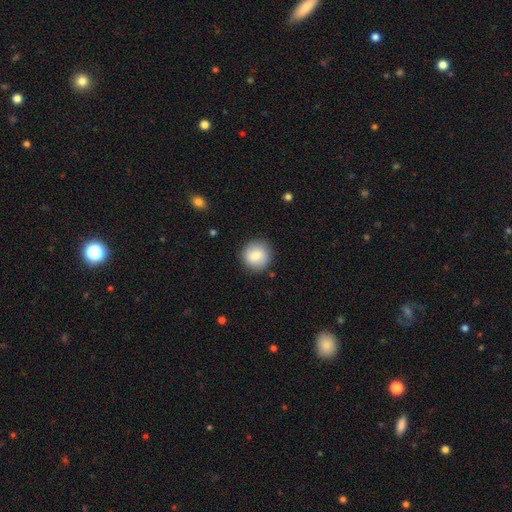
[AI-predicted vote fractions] smooth_or_featured: smooth (p=0.80) [alt: featured or disk p=0.12]
how_rounded: round (p=0.92) [alt: in between p=0.07]
merging: none (p=0.88) [alt: minor disturbance p=0.09]